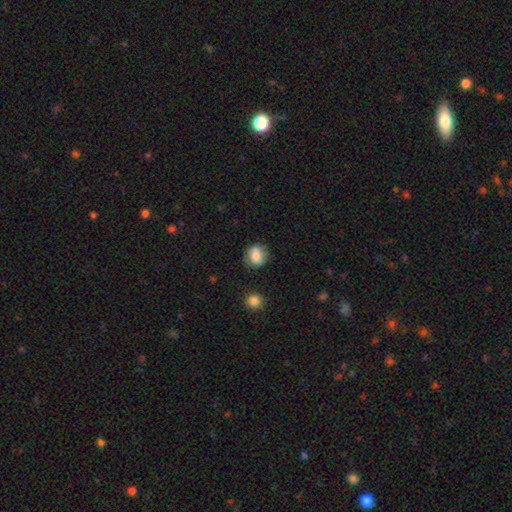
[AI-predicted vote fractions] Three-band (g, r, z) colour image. It shows a smooth galaxy with no disk features (73%) that is round (69%). Merging: none (76%).